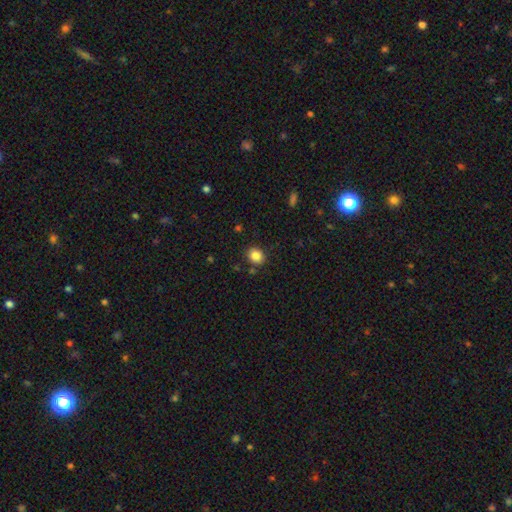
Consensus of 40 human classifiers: smooth 78%, star or artifact 12%, featured or disk 10%. Down the decision tree: how rounded — round (52%); merging — none (74%).